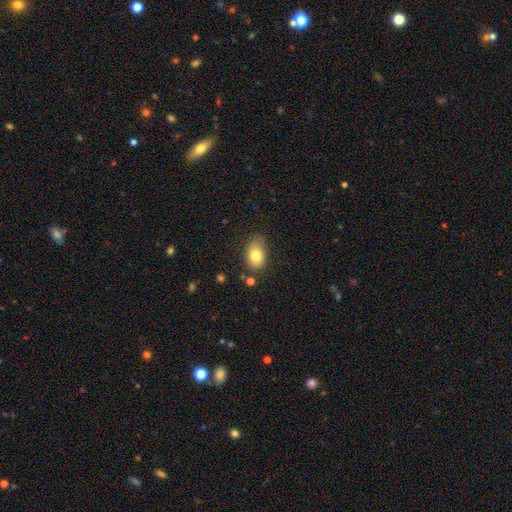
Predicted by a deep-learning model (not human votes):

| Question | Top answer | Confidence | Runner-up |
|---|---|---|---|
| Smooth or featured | smooth | 81% | featured or disk (11%) |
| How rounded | in between | 88% | round (11%) |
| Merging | none | 68% | minor disturbance (23%) |